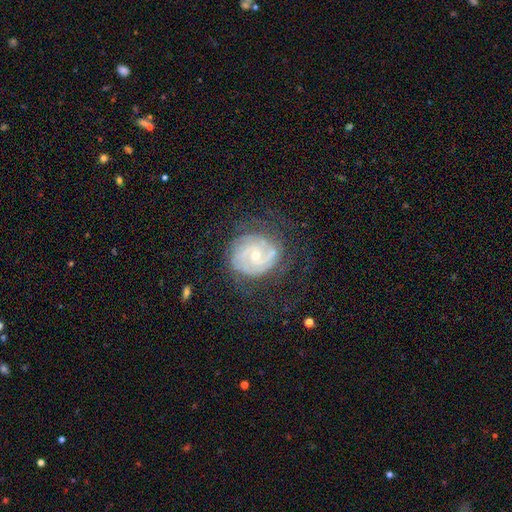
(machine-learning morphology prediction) A featured or disk galaxy (83%) with no bar (64%), 2 (34%) tight (70%) spiral arms (95%) and a small central bulge (60%). Merging: none (69%).